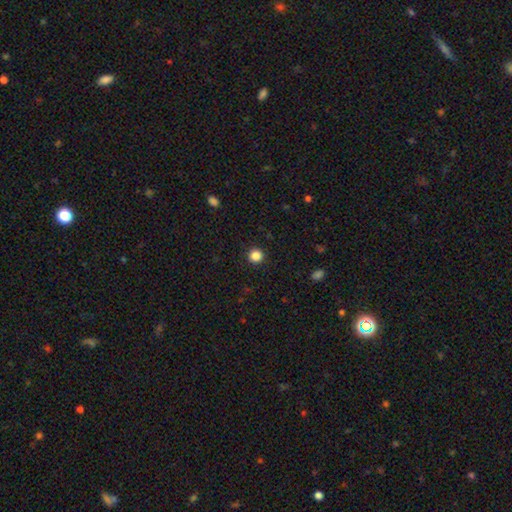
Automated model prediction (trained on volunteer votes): Smooth or featured?
  - smooth: 86% *
  - star or artifact: 11%
  - featured or disk: 3%
How rounded?
  - round: 94% *
  - in between: 5%
  - cigar-shaped: 1%
Merging?
  - none: 93% *
  - minor disturbance: 4%
  - major disturbance: 2%
  - merger: 1%